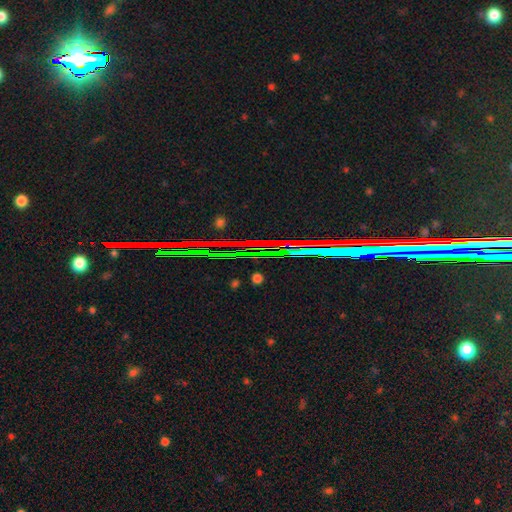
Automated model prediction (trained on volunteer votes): smooth_or_featured: star or artifact (p=0.84) [alt: featured or disk p=0.09]